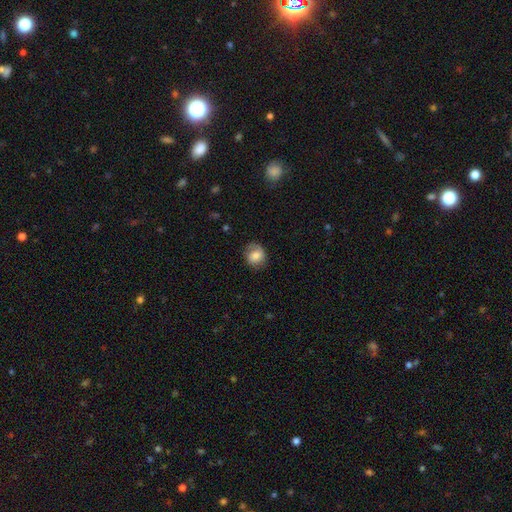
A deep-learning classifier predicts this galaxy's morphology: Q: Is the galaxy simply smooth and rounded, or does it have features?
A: smooth — 69%.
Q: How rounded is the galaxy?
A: round — 65%.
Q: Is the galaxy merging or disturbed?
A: none — 69%.